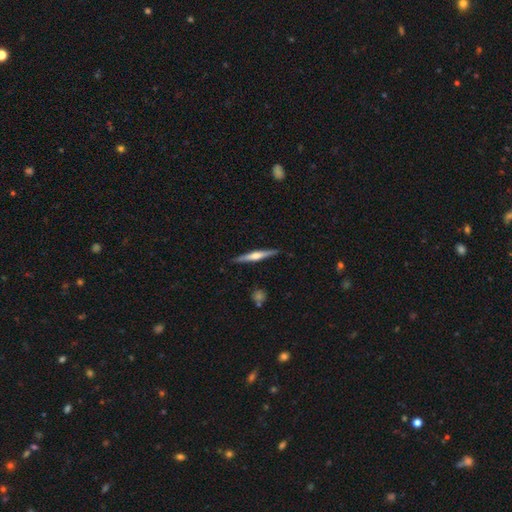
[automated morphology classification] The model was most divided on "smooth or featured": featured or disk: 65%, smooth: 30%, star or artifact: 5%. More confident: edge-on disk — yes (97%); merging — none (89%); edge-on bulge — rounded (84%).